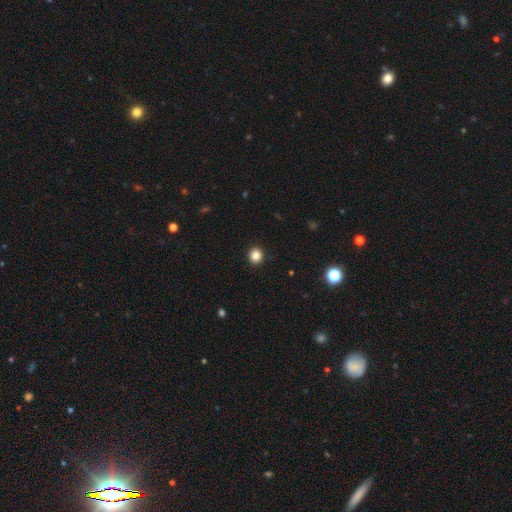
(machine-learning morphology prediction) The model was most divided on "smooth or featured": smooth: 84%, star or artifact: 11%, featured or disk: 4%. More confident: merging — none (93%); how rounded — round (88%).